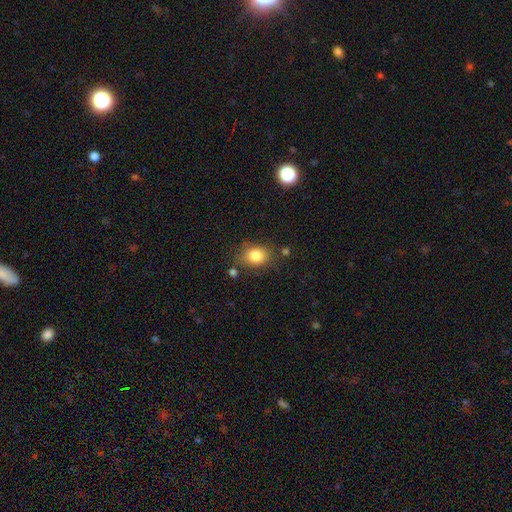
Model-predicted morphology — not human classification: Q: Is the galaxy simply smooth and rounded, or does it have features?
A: smooth — 83%.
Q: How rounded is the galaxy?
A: in between — 59%.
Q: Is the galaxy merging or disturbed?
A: none — 76%.